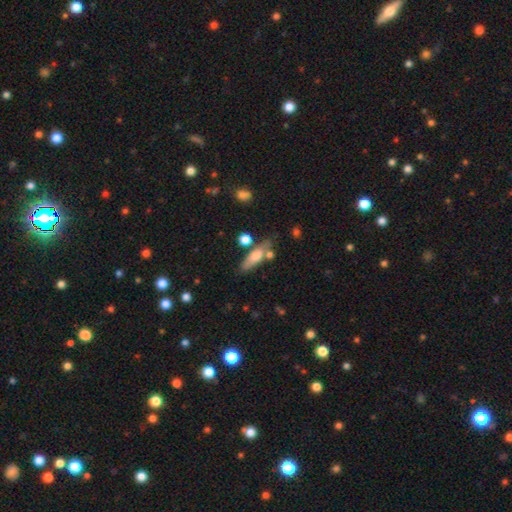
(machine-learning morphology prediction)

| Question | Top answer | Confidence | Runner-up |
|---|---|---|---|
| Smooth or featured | smooth | 68% | featured or disk (25%) |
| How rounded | cigar-shaped | 53% | in between (44%) |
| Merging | none | 63% | minor disturbance (19%) |